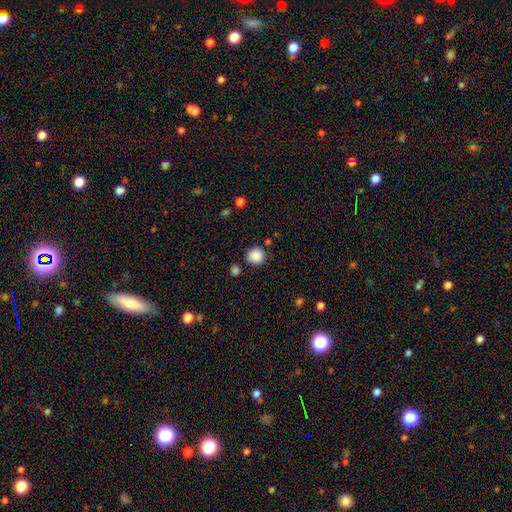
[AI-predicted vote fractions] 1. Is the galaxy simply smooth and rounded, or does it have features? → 88% smooth, 9% star or artifact, 3% featured or disk.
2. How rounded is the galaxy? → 91% round, 8% in between, 1% cigar-shaped.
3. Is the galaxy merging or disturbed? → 83% none, 9% minor disturbance, 5% merger, 3% major disturbance.